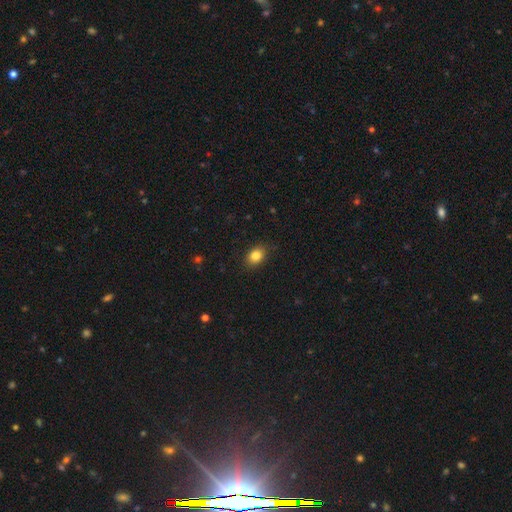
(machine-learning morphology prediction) Smooth or featured: smooth — 83% (star or artifact — 10%)
How rounded: in between — 66% (round — 33%)
Merging: none — 87% (minor disturbance — 10%)